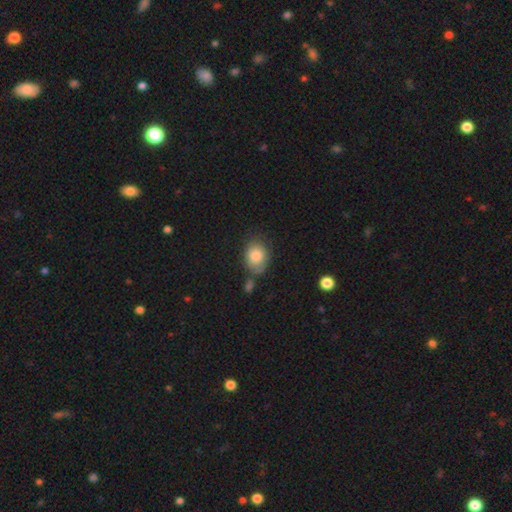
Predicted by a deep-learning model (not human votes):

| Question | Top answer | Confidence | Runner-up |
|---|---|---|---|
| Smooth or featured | smooth | 80% | featured or disk (12%) |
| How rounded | in between | 59% | round (40%) |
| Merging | none | 53% | minor disturbance (25%) |